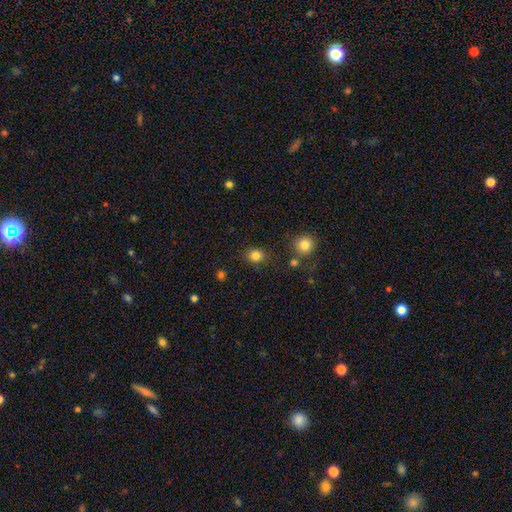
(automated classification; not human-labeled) This appears to be a smooth galaxy with no disk features (83%) that is round (73%). Merging: none (84%).